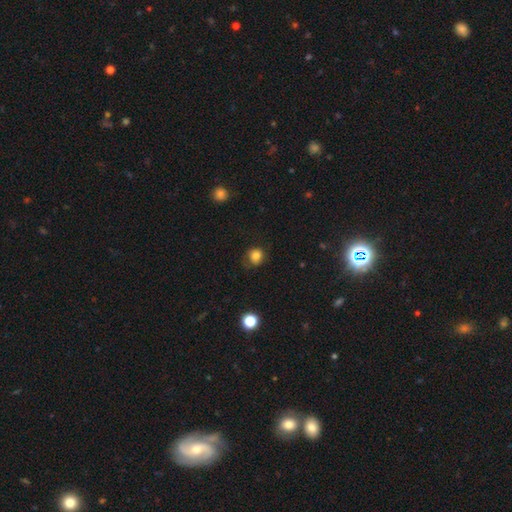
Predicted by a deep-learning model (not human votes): A smooth galaxy with no disk features (81%) that is round (76%).

Vote fractions:
- Smooth or featured? smooth: 81% / star or artifact: 11% / featured or disk: 8%
- How rounded? round: 76% / in between: 23% / cigar-shaped: 1%
- Merging? none: 62% / minor disturbance: 25% / major disturbance: 11% / merger: 2%